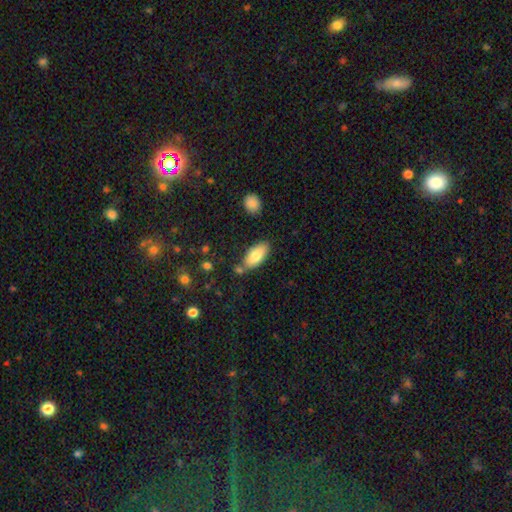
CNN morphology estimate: Smooth or featured? smooth (82%)
How rounded? in between (90%)
Merging? none (74%)